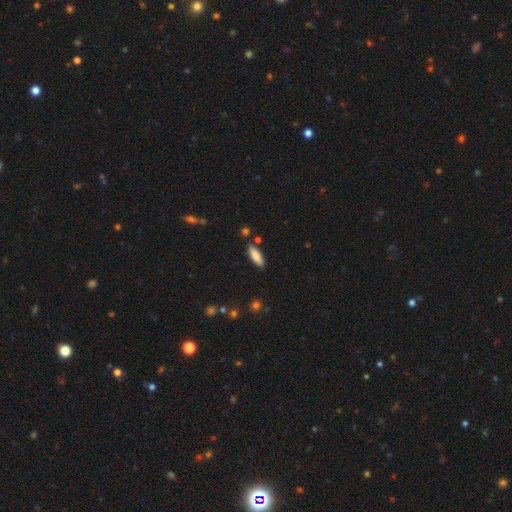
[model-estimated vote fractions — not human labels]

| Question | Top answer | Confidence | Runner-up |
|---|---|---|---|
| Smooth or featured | smooth | 84% | featured or disk (10%) |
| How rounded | in between | 57% | cigar-shaped (42%) |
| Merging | none | 84% | minor disturbance (10%) |